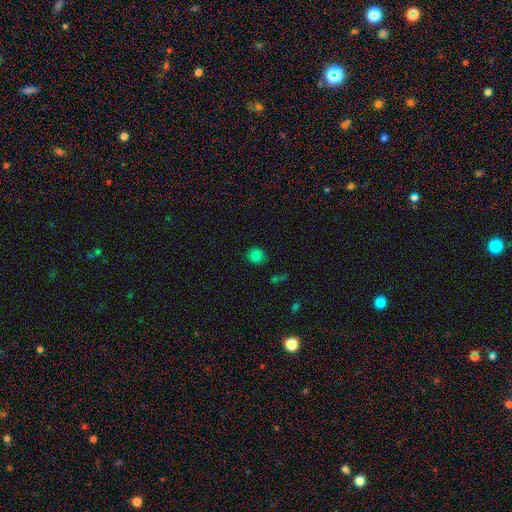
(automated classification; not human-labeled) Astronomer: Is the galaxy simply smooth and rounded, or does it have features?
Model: smooth — 82%.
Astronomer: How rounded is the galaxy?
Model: round — 87%.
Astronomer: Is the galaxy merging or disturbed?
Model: none — 85%.